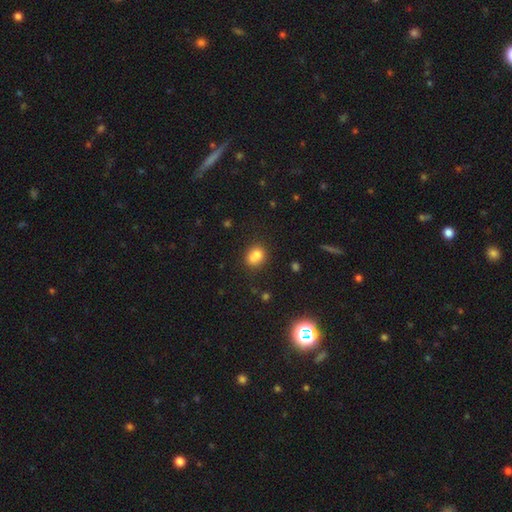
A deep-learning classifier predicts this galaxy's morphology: smooth 73%, featured or disk 14%, star or artifact 12%. Down the decision tree: how rounded — round (63%); merging — merger (46%).